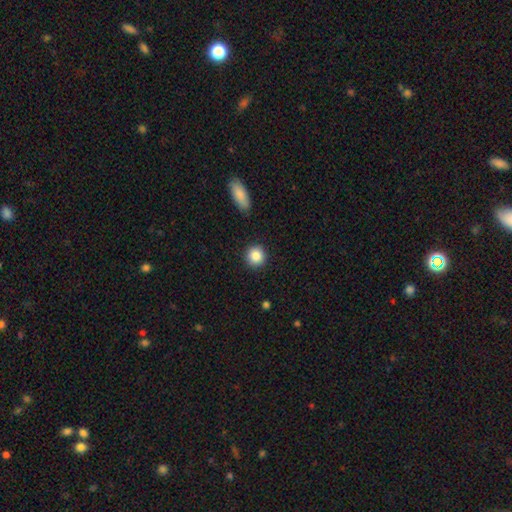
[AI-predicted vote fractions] This appears to be a smooth galaxy with no disk features (87%) that is round (90%). Merging: none (90%).